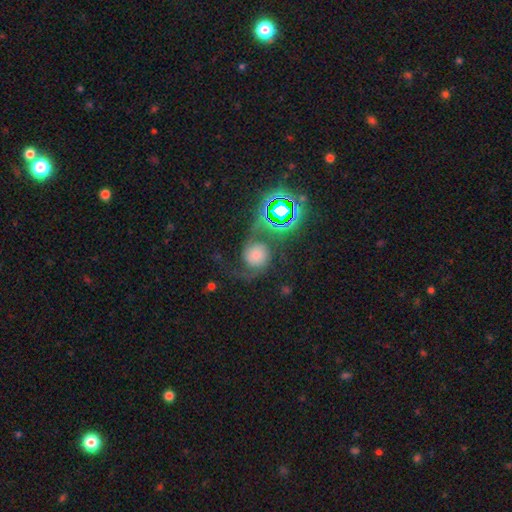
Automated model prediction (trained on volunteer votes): smooth_or_featured: featured or disk (p=0.59) [alt: smooth p=0.24]
disk_edge_on: no (p=0.96) [alt: yes p=0.04]
bar: no (p=0.77) [alt: weak p=0.17]
has_spiral_arms: yes (p=0.94) [alt: no p=0.06]
spiral_winding: loose (p=0.57) [alt: medium p=0.33]
spiral_arm_count: 2 (p=0.90) [alt: 1 p=0.04]
bulge_size: dominant (p=0.24) [alt: small p=0.21]
merging: none (p=0.53) [alt: minor disturbance p=0.19]